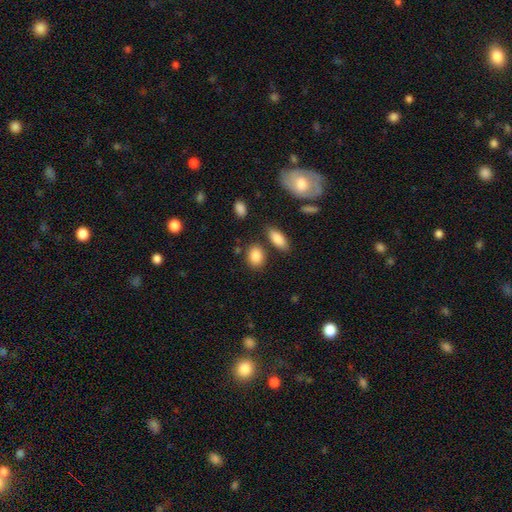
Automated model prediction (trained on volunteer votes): This appears to be a smooth galaxy with no disk features (87%) that is in between round and cigar-shaped (73%). Merging: none (78%).